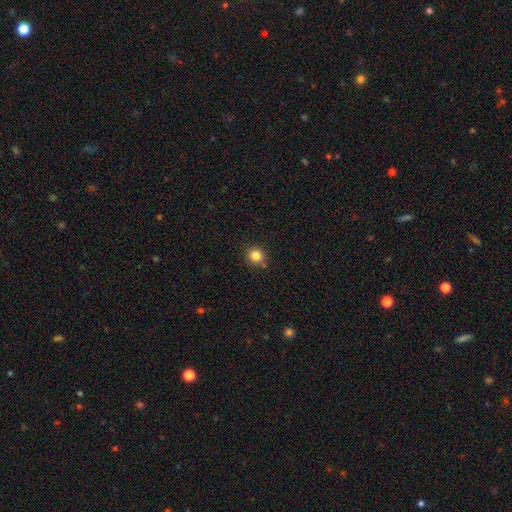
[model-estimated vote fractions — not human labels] The model was most divided on "smooth or featured": smooth: 83%, star or artifact: 12%, featured or disk: 5%. More confident: how rounded — round (86%); merging — none (85%).